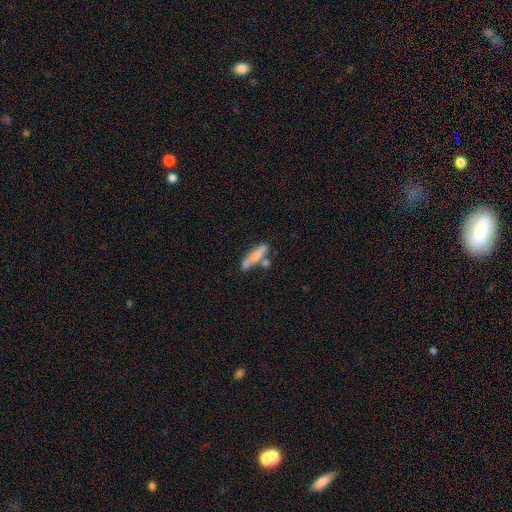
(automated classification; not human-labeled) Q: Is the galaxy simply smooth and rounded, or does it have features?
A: smooth — 65%.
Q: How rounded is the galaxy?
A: cigar-shaped — 80%.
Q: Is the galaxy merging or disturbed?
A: none — 56%.